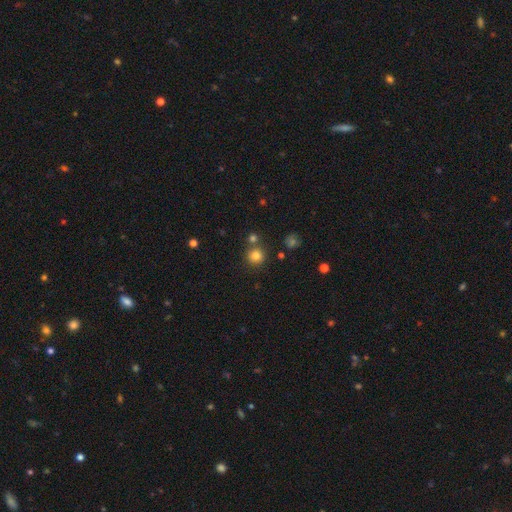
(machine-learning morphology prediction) The model was most divided on "smooth or featured": smooth: 80%, star or artifact: 14%, featured or disk: 6%. More confident: how rounded — round (94%); merging — none (78%).